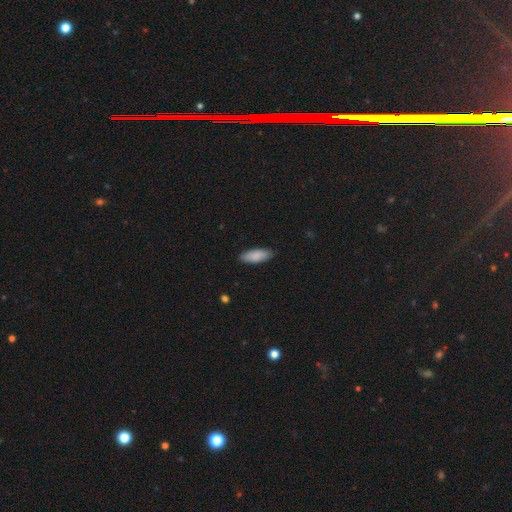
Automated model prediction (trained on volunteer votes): Smooth or featured: smooth — 87% (featured or disk — 7%)
How rounded: in between — 76% (cigar-shaped — 22%)
Merging: none — 86% (minor disturbance — 11%)